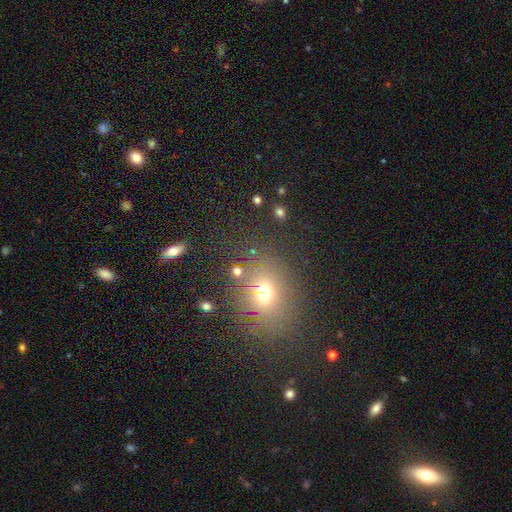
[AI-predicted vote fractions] A smooth galaxy with no disk features (62%) that is in between round and cigar-shaped (51%).

Vote fractions:
- Smooth or featured? smooth: 62% / star or artifact: 27% / featured or disk: 11%
- How rounded? in between: 51% / round: 48% / cigar-shaped: 2%
- Merging? none: 83% / minor disturbance: 10% / major disturbance: 4% / merger: 4%